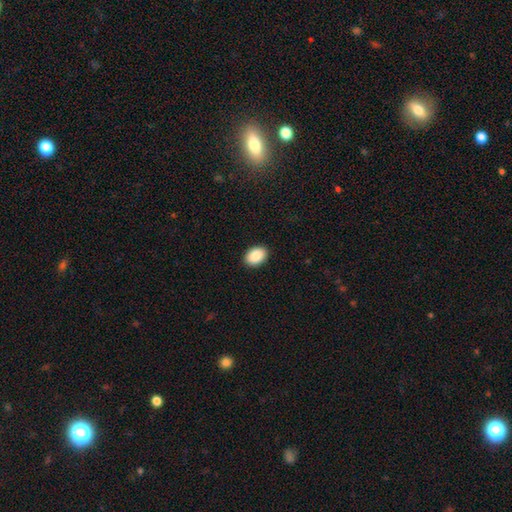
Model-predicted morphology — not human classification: Overall: smooth (89%). How rounded: in between (80%). Merging: none (91%).